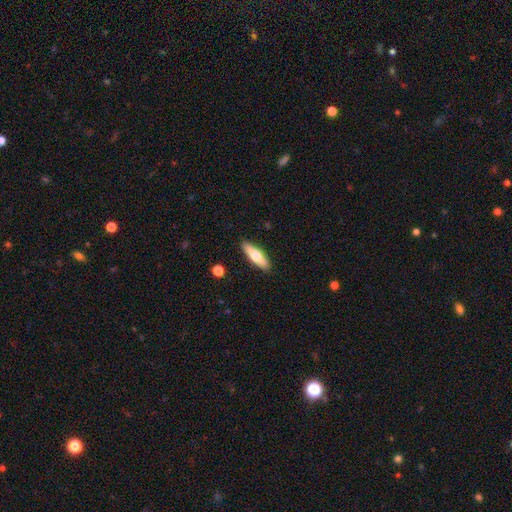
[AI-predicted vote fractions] Smooth or featured? smooth (58%)
How rounded? cigar-shaped (58%)
Merging? none (89%)